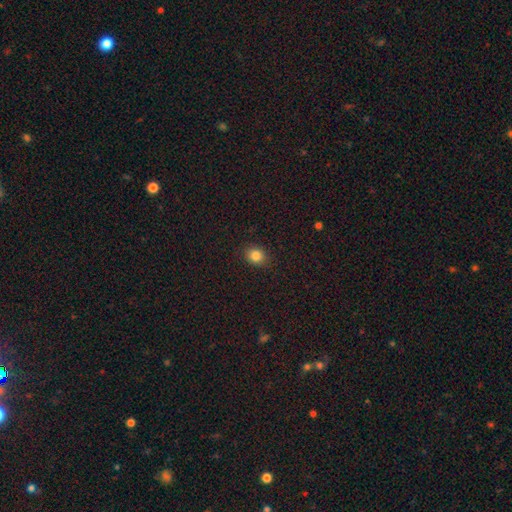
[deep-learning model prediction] Smooth or featured?
  - smooth: 84% *
  - star or artifact: 12%
  - featured or disk: 4%
How rounded?
  - round: 76% *
  - in between: 23%
  - cigar-shaped: 1%
Merging?
  - none: 89% *
  - minor disturbance: 7%
  - major disturbance: 2%
  - merger: 1%